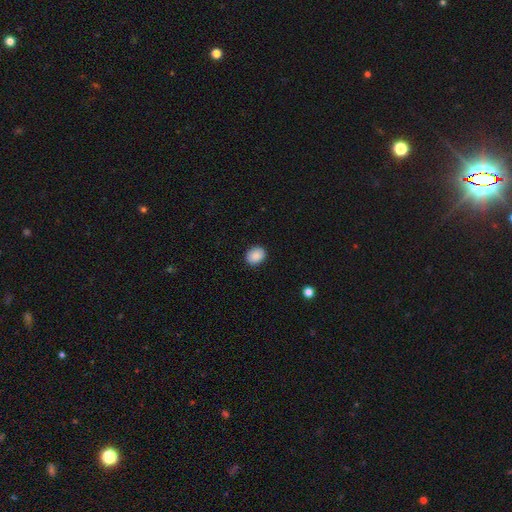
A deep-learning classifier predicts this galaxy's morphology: This is clearly a smooth galaxy (89%). How rounded: possibly round (51%). Merging: clearly none (89%).